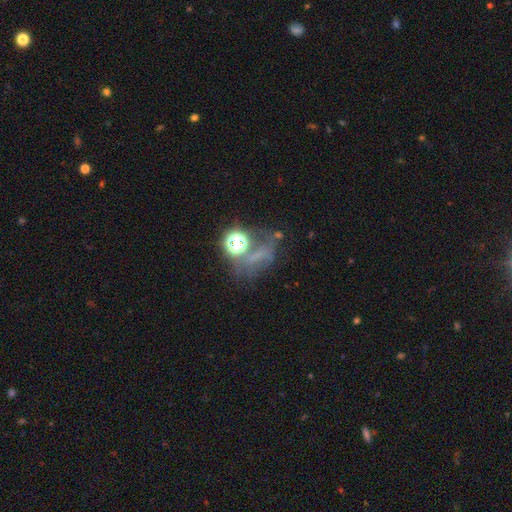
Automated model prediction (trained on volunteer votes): Smooth or featured?
  - star or artifact: 47% *
  - smooth: 29%
  - featured or disk: 23%